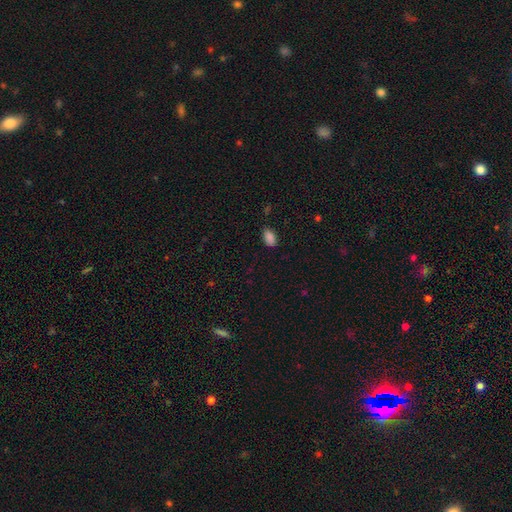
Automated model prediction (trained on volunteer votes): A smooth galaxy with no disk features (84%) that is in between round and cigar-shaped (92%).

Vote fractions:
- Smooth or featured? smooth: 84% / star or artifact: 12% / featured or disk: 4%
- How rounded? in between: 92% / round: 5% / cigar-shaped: 3%
- Merging? none: 81% / minor disturbance: 15% / major disturbance: 3% / merger: 2%